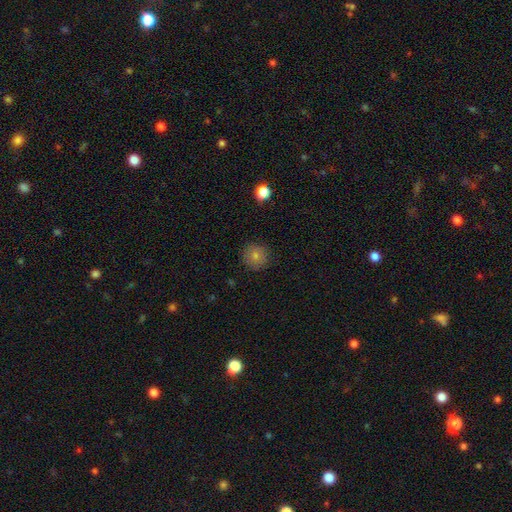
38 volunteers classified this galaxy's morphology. Volunteers were most divided on "smooth or featured": smooth: 84%, featured or disk: 8%, star or artifact: 8%. More confident: how rounded — round (97%); merging — none (94%).